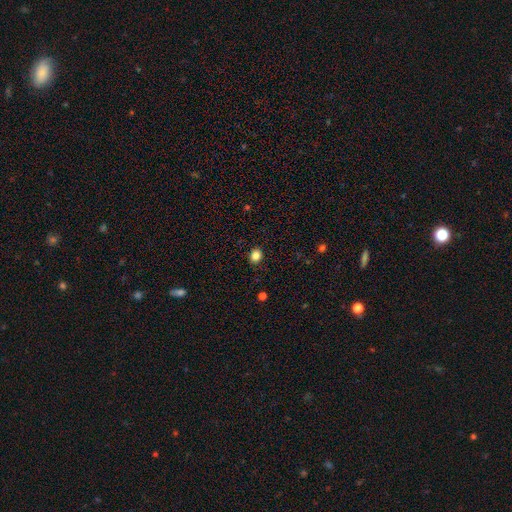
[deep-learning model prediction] Smooth or featured?
  - smooth: 85% *
  - star or artifact: 11%
  - featured or disk: 4%
How rounded?
  - round: 73% *
  - in between: 26%
  - cigar-shaped: 1%
Merging?
  - none: 90% *
  - minor disturbance: 7%
  - major disturbance: 2%
  - merger: 1%